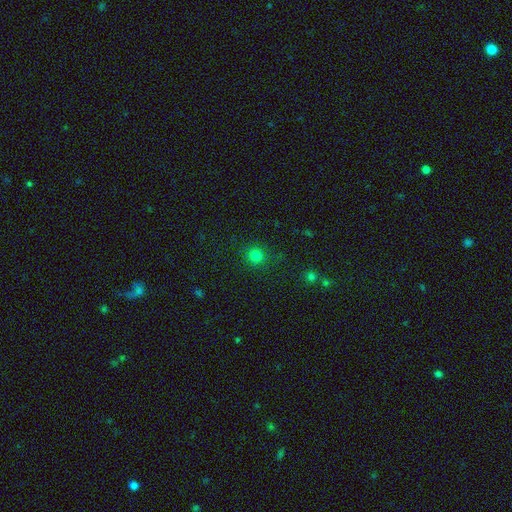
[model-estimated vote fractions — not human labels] This appears to be a smooth galaxy with no disk features (79%) that is round (92%). Merging: none (87%).